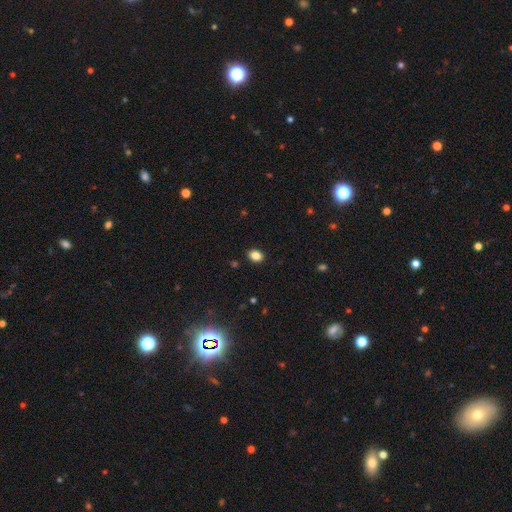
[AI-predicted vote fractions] This is clearly a smooth galaxy (85%). How rounded: likely in between (60%). Merging: clearly none (90%).